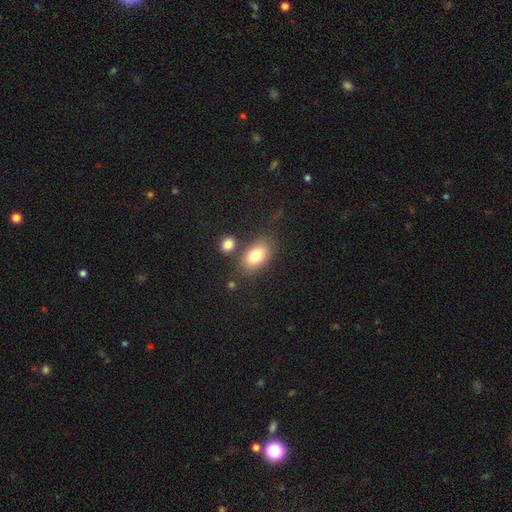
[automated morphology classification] Q: Smooth or featured?
A: smooth (79%); runner-up: featured or disk (12%)
Q: How rounded?
A: in between (85%); runner-up: round (13%)
Q: Merging?
A: none (70%); runner-up: minor disturbance (13%)